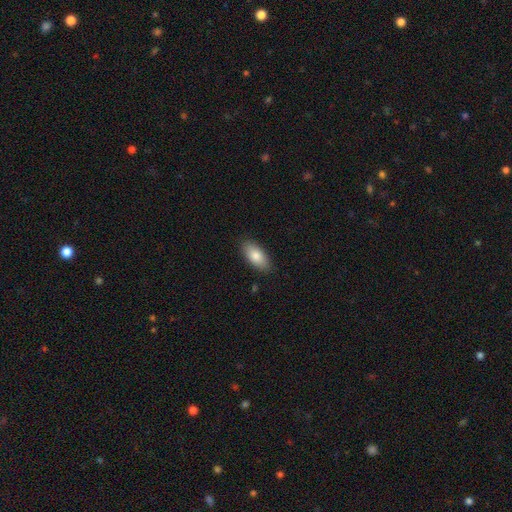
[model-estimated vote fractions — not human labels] Smooth or featured? smooth (83%)
How rounded? in between (91%)
Merging? none (87%)